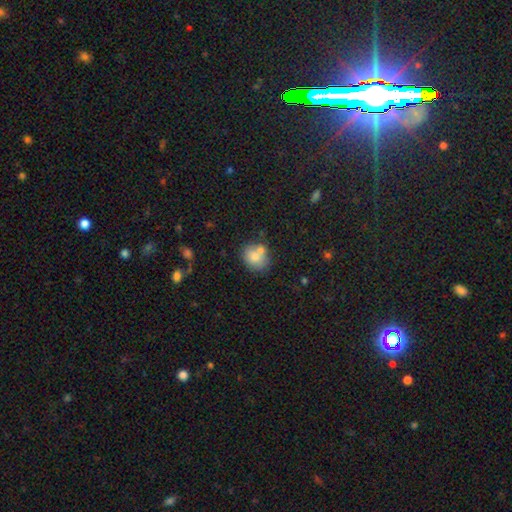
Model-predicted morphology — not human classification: type=smooth (77%); roundness=round (65%); merging=none (53%).